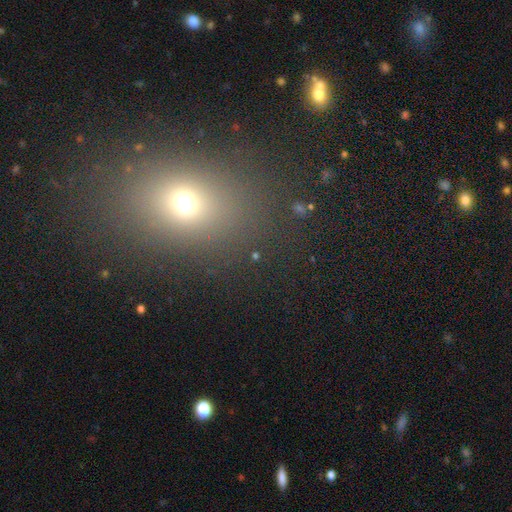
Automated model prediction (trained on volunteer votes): Morphology: type=star or artifact (45%).